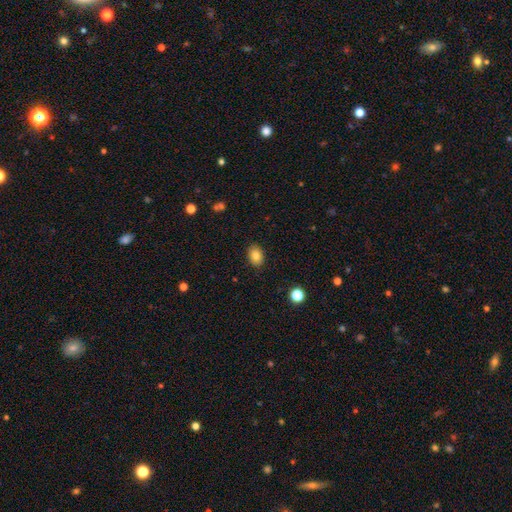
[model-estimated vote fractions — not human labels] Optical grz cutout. It shows a smooth galaxy with no disk features (84%) that is in between round and cigar-shaped (76%). Merging: none (88%).